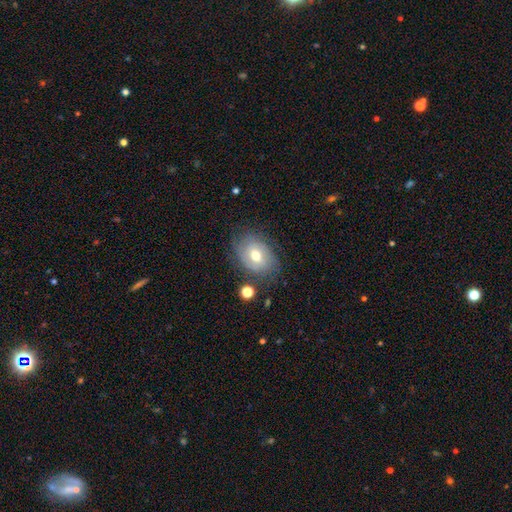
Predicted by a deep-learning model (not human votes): Smooth or featured?
  - featured or disk: 46% *
  - smooth: 45%
  - star or artifact: 10%
Merging?
  - none: 71% *
  - minor disturbance: 19%
  - major disturbance: 7%
  - merger: 3%